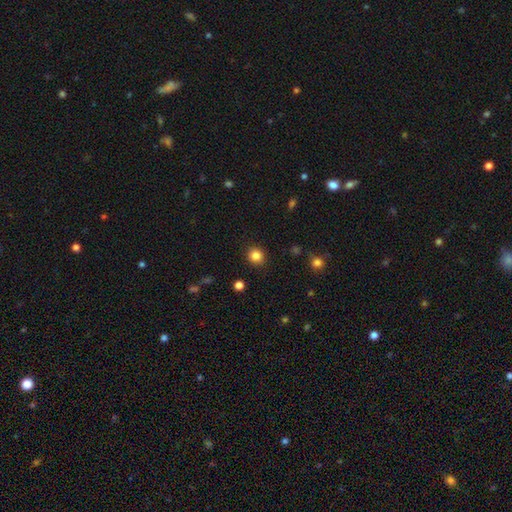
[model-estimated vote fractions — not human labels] smooth-or-featured: smooth: 84% | star or artifact: 12% | featured or disk: 4%
  how-rounded: round: 90% | in between: 9% | cigar-shaped: 1%
  merging: none: 91% | minor disturbance: 6% | major disturbance: 2% | merger: 1%